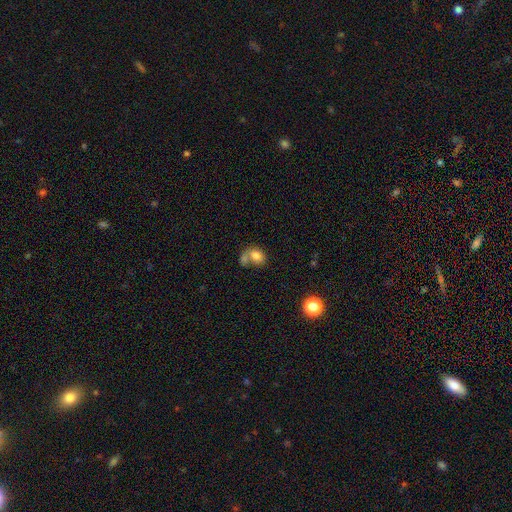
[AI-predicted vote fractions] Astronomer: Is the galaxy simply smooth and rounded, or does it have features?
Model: smooth — 78%.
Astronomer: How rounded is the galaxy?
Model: in between — 64%.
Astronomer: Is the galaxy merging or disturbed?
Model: merger — 46% (runner-up: none, 34%).